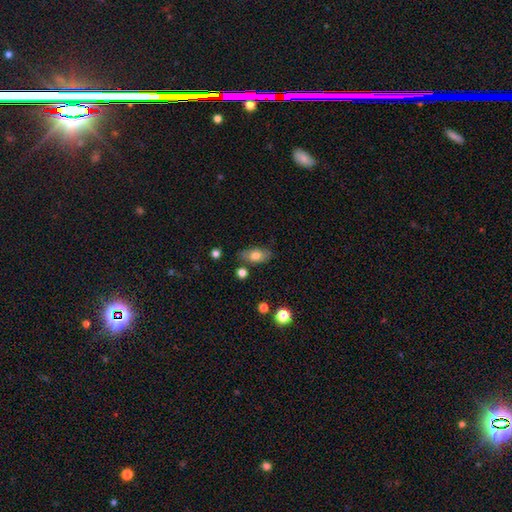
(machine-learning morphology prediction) This is likely a smooth galaxy (75%). How rounded: clearly in between (88%). Merging: likely none (77%).